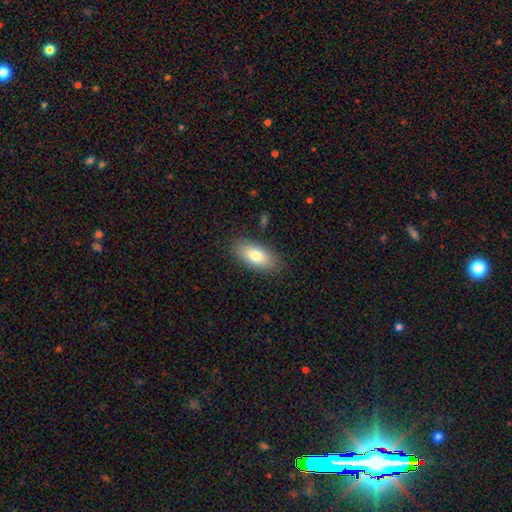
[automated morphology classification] A smooth galaxy with no disk features (78%) that is in between round and cigar-shaped (88%). Merging: none (85%).